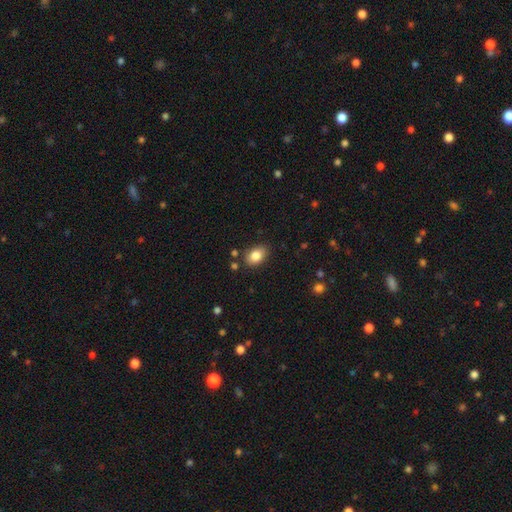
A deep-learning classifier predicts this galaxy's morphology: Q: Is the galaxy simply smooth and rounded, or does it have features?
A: smooth — 85%.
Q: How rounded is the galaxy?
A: in between — 82%.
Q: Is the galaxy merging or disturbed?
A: none — 82%.